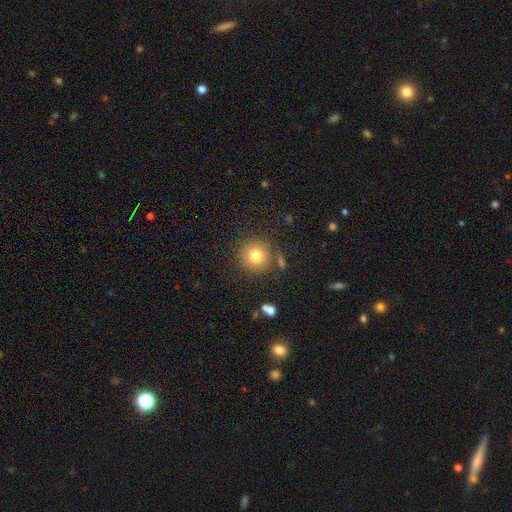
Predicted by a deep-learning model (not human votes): smooth_or_featured: smooth (p=0.78) [alt: star or artifact p=0.12]
how_rounded: round (p=0.94) [alt: in between p=0.05]
merging: none (p=0.84) [alt: minor disturbance p=0.08]